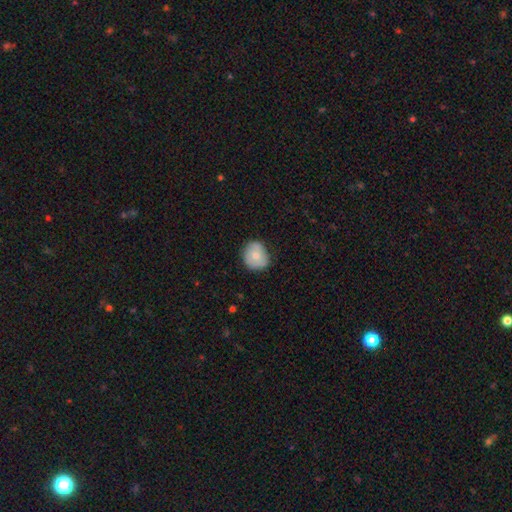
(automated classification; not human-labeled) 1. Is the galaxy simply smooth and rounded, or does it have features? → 72% smooth, 21% featured or disk, 7% star or artifact.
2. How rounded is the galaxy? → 73% round, 26% in between, 1% cigar-shaped.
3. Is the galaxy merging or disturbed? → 72% none, 22% minor disturbance, 4% major disturbance, 1% merger.